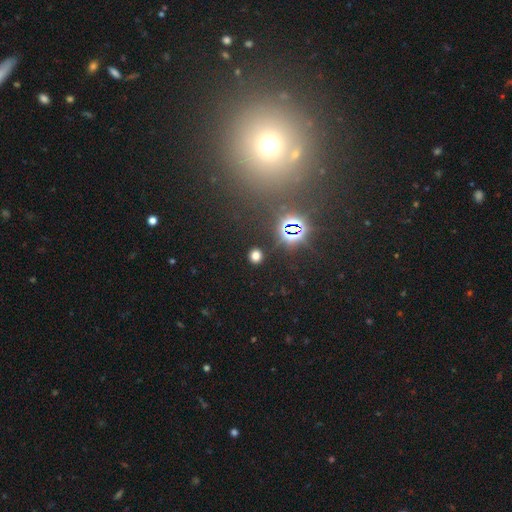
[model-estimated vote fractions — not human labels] Smooth or featured? smooth (66%)
How rounded? round (81%)
Merging? none (89%)